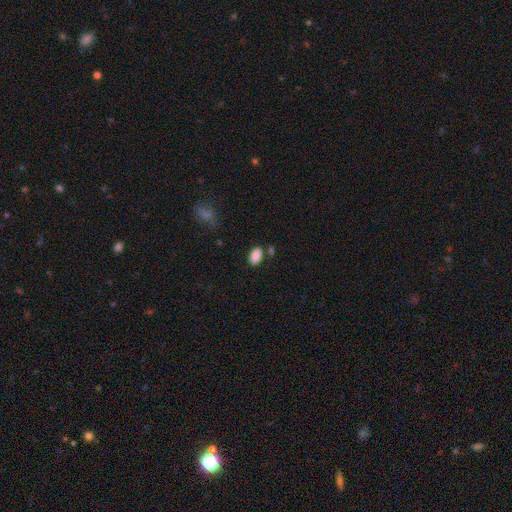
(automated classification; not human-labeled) A smooth galaxy with no disk features (88%) that is in between round and cigar-shaped (92%). Merging: none (75%).